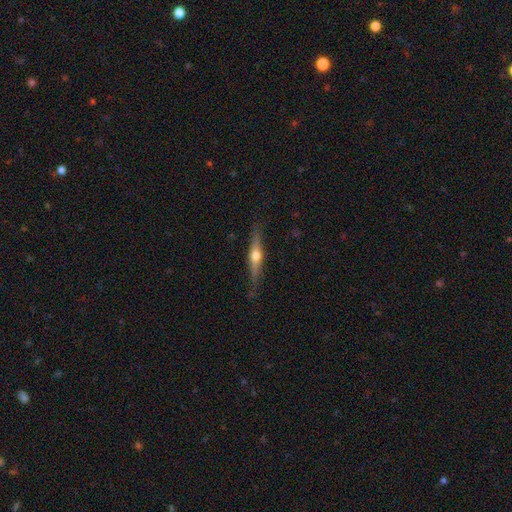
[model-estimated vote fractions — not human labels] Overall: featured or disk (65%; smooth 29%). Edge-on disk: yes (96%). Edge-on bulge: rounded (94%). Merging: none (85%).